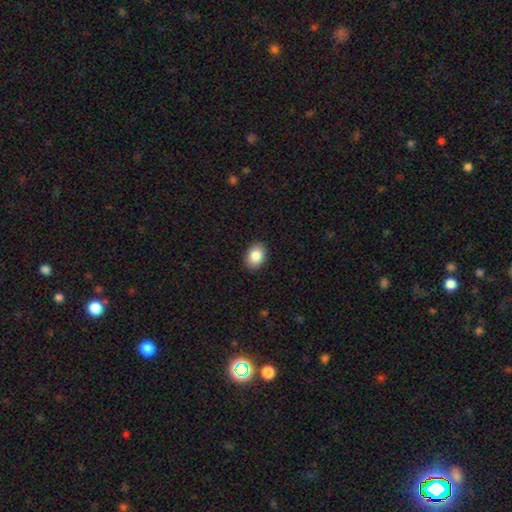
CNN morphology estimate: Q: Smooth or featured?
A: smooth (86%); runner-up: star or artifact (8%)
Q: How rounded?
A: in between (73%); runner-up: round (27%)
Q: Merging?
A: none (90%); runner-up: minor disturbance (7%)